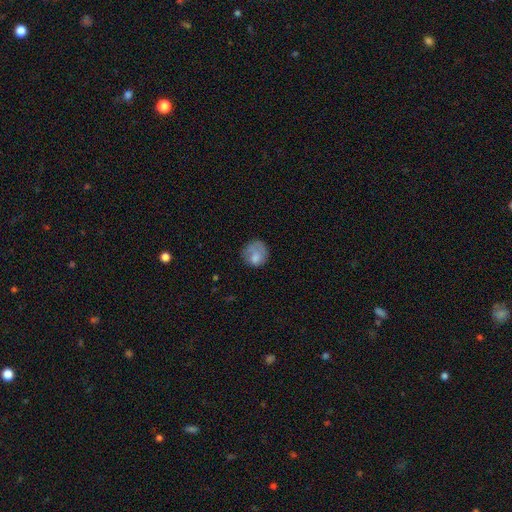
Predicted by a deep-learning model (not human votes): Smooth or featured: smooth — 74% (featured or disk — 17%)
How rounded: round — 77% (in between — 22%)
Merging: none — 49% (minor disturbance — 27%)